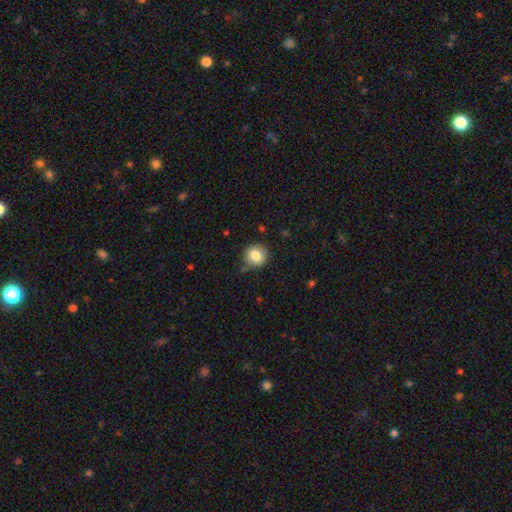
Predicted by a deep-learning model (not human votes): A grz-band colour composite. It shows a smooth galaxy with no disk features (82%) that is round (90%). Merging: none (83%).